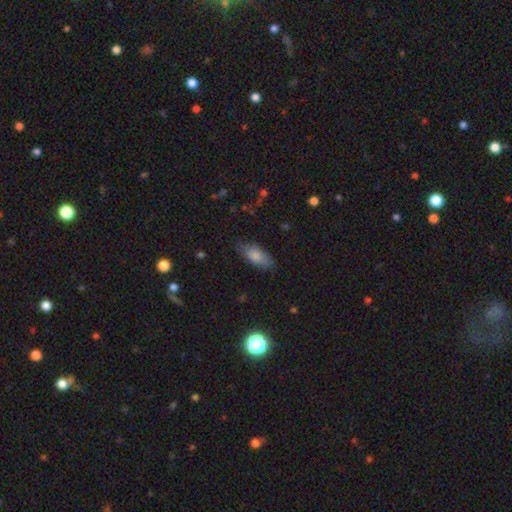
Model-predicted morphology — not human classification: This appears to be a smooth galaxy with no disk features (81%) that is in between round and cigar-shaped (81%). Merging: none (78%).